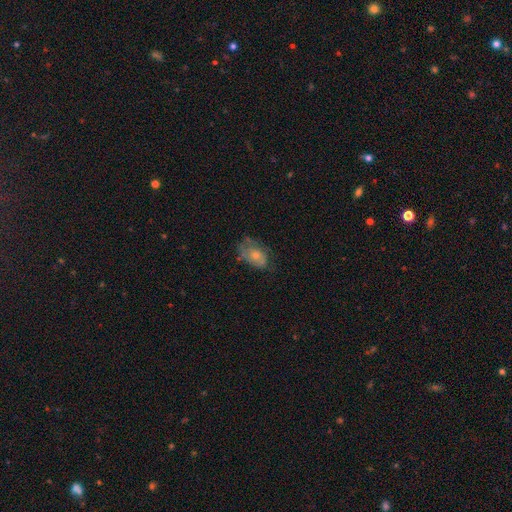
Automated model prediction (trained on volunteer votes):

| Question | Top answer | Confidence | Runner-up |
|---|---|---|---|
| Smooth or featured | smooth | 55% | featured or disk (37%) |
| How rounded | in between | 85% | round (13%) |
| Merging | none | 45% | minor disturbance (32%) |